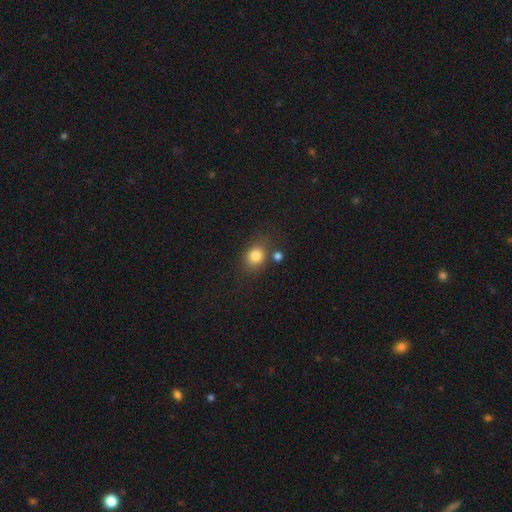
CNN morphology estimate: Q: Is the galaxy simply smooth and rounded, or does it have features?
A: smooth — 82%.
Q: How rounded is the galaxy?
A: round — 56%.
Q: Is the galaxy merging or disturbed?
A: none — 68%.